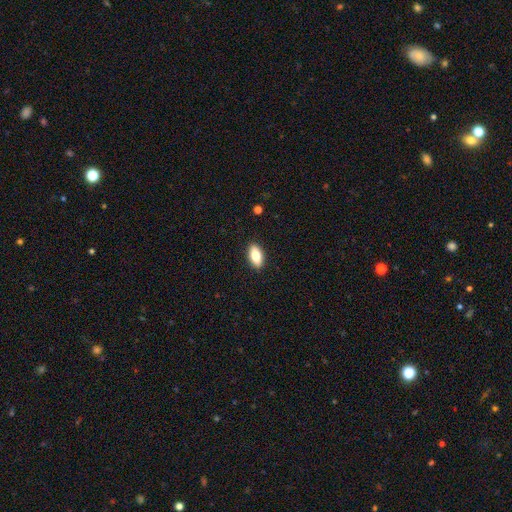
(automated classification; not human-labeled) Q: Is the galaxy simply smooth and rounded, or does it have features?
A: smooth — 80%.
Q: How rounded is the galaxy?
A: in between — 89%.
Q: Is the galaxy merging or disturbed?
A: none — 90%.